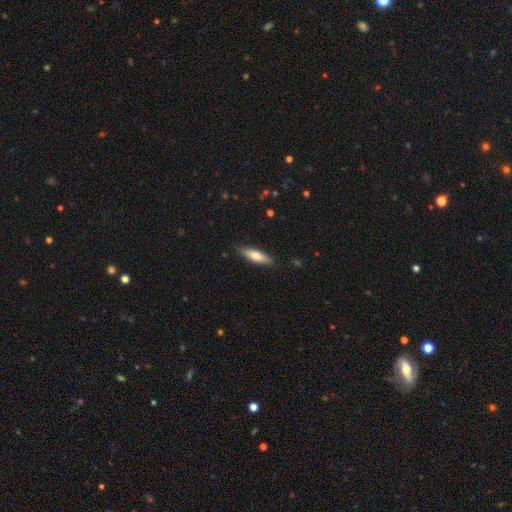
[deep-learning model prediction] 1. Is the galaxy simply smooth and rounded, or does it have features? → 73% smooth, 21% featured or disk, 6% star or artifact.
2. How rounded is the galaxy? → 52% cigar-shaped, 46% in between, 2% round.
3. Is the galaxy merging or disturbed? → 86% none, 11% minor disturbance, 2% major disturbance, 1% merger.